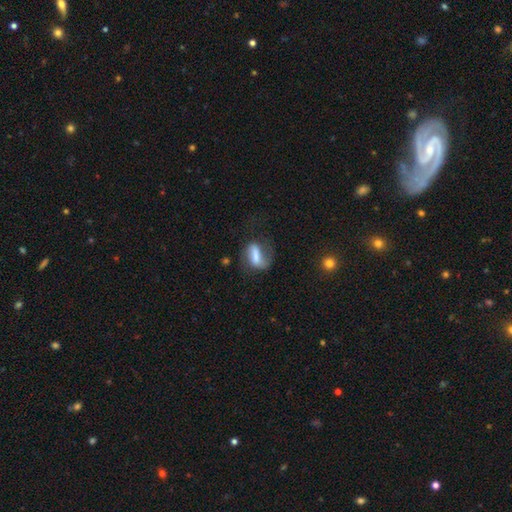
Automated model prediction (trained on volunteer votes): smooth-or-featured: featured or disk: 46% | smooth: 45% | star or artifact: 9%
  merging: none: 44% | major disturbance: 29% | minor disturbance: 23% | merger: 4%